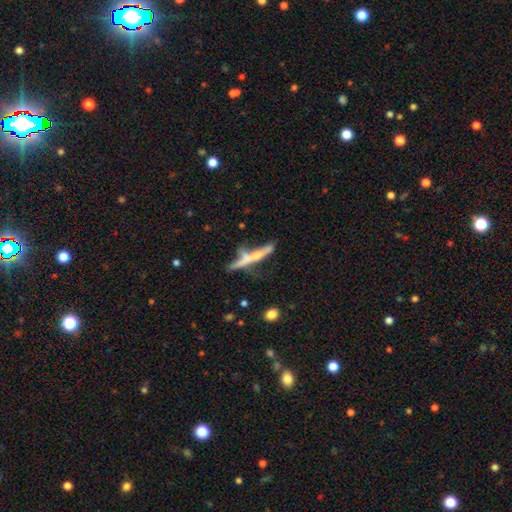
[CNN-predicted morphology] Smooth or featured? featured or disk (55%)
Edge-on disk? yes (90%)
Merging? none (52%)